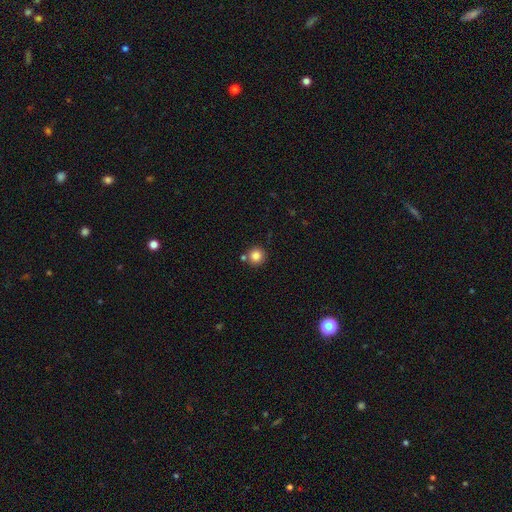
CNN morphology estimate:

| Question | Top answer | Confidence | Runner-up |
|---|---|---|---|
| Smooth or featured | smooth | 84% | star or artifact (11%) |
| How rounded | round | 94% | in between (5%) |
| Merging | none | 79% | merger (11%) |